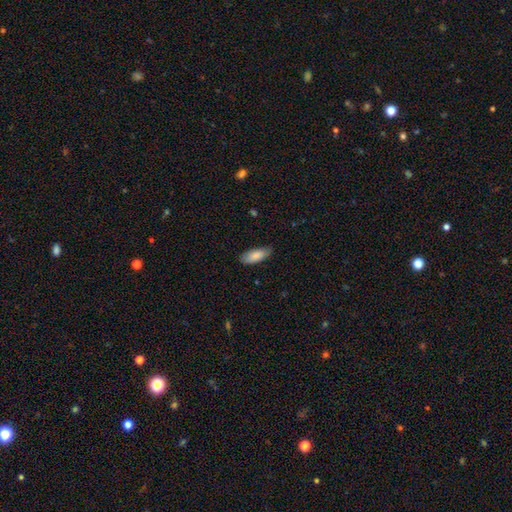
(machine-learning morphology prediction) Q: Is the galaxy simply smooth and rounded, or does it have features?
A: smooth — 86%.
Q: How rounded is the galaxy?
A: in between — 78%.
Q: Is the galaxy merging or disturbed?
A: none — 79%.